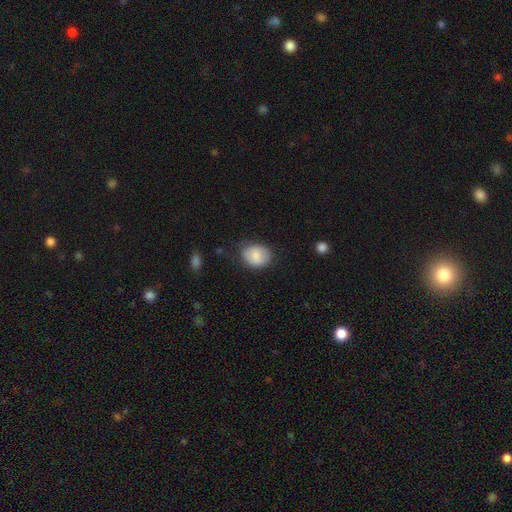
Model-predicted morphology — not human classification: smooth-or-featured: smooth: 82% | featured or disk: 11% | star or artifact: 7%
  how-rounded: in between: 58% | round: 42% | cigar-shaped: 1%
  merging: none: 70% | minor disturbance: 22% | major disturbance: 6% | merger: 2%